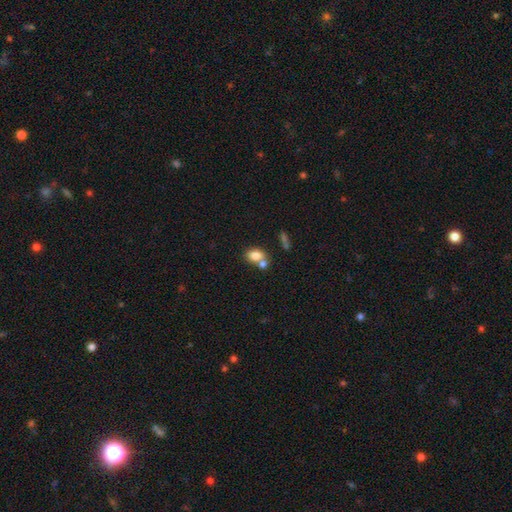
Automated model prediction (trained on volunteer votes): A smooth galaxy with no disk features (80%) that is in between round and cigar-shaped (74%). Merging: none (43%).